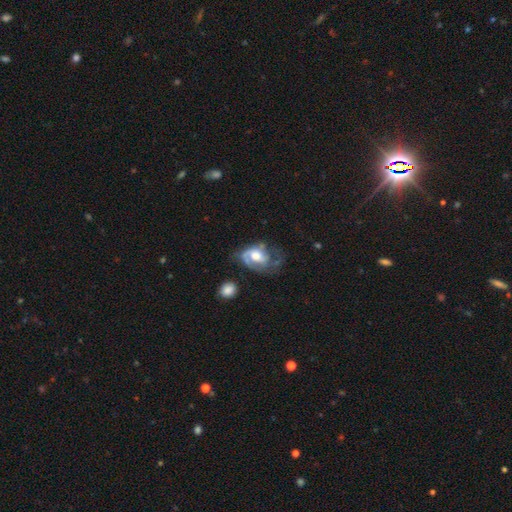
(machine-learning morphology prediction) A featured or disk galaxy (67%) with no bar (64%), 1 (41%) medium (40%) spiral arms (80%) and a moderate central bulge (55%).

Vote fractions:
- Smooth or featured? featured or disk: 67% / smooth: 26% / star or artifact: 7%
- Edge-on disk? no: 97% / yes: 3%
- Bar? no: 64% / weak: 30% / strong: 7%
- Spiral arms? yes: 80% / no: 20%
- Spiral winding? medium: 40% / tight: 34% / loose: 26%
- Spiral arm count? 1: 41% / 2: 38% / can't tell: 15% / 3: 3% / 4: 1% / more than 4: 1%
- Bulge size? moderate: 55% / large: 30% / small: 10% / none: 3% / dominant: 3%
- Merging? major disturbance: 39% / none: 31% / minor disturbance: 24% / merger: 6%